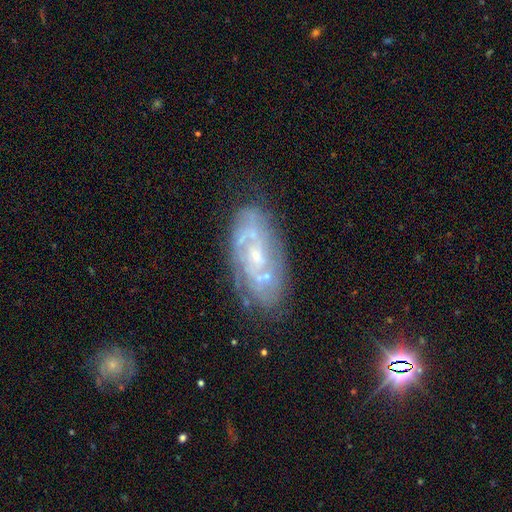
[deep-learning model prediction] This is clearly a featured or disk galaxy (80%). It is clearly not viewed edge-on (93%). Bar: likely no (63%). Spiral arm pattern: clearly yes (90%). Spiral arm count: marginally can't tell (36%). Spiral winding: possibly tight (59%). Central bulge: likely small (67%). Merging: likely none (74%).